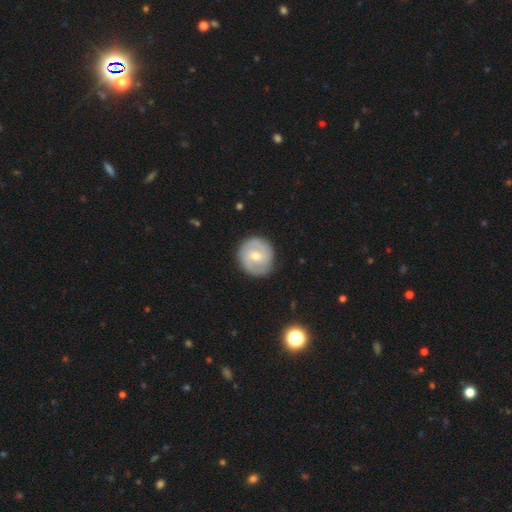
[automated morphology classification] featured or disk 61%, smooth 34%, star or artifact 6%. Down the decision tree: edge-on disk — no (97%); bar — no (47%); spiral arms — yes (82%); bulge size — moderate (54%); merging — none (86%).